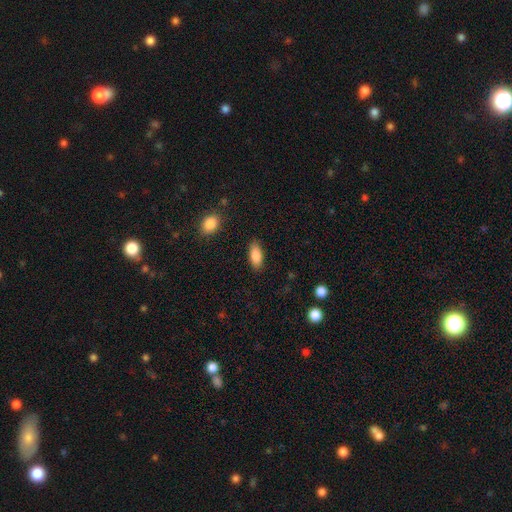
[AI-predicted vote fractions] Smooth or featured?
  - smooth: 86% *
  - star or artifact: 7%
  - featured or disk: 7%
How rounded?
  - in between: 84% *
  - cigar-shaped: 13%
  - round: 2%
Merging?
  - none: 86% *
  - minor disturbance: 10%
  - major disturbance: 2%
  - merger: 1%